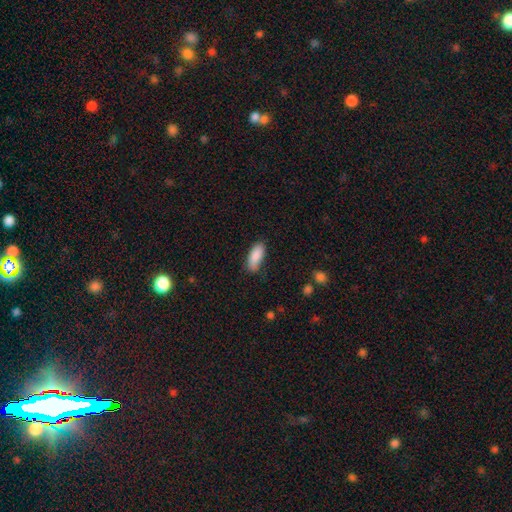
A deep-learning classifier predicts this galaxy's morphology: This is clearly a smooth galaxy (89%). How rounded: likely in between (79%). Merging: likely none (75%).